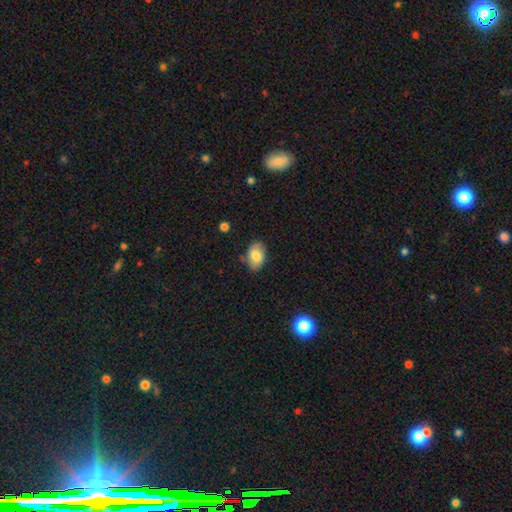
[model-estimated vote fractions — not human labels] A smooth galaxy with no disk features (80%) that is in between round and cigar-shaped (89%).

Vote fractions:
- Smooth or featured? smooth: 80% / featured or disk: 12% / star or artifact: 7%
- How rounded? in between: 89% / round: 10% / cigar-shaped: 1%
- Merging? none: 75% / minor disturbance: 20% / major disturbance: 4% / merger: 2%